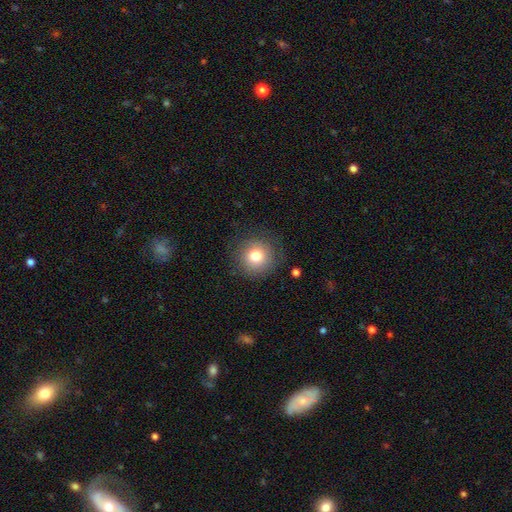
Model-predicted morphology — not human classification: Q: Smooth or featured?
A: smooth (78%); runner-up: star or artifact (11%)
Q: How rounded?
A: round (94%); runner-up: in between (5%)
Q: Merging?
A: none (86%); runner-up: minor disturbance (9%)